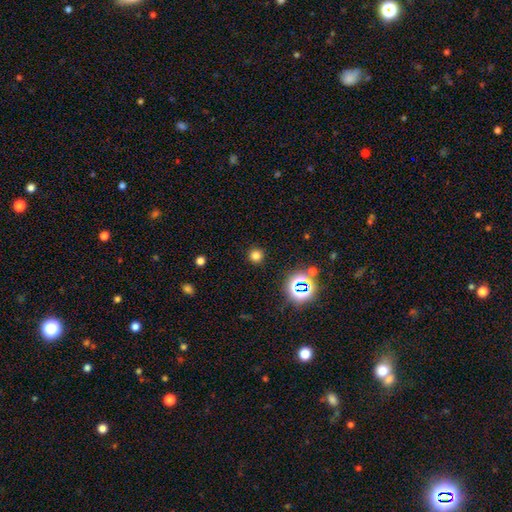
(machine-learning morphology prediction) This appears to be a smooth galaxy with no disk features (74%) that is round (94%). Merging: none (90%).